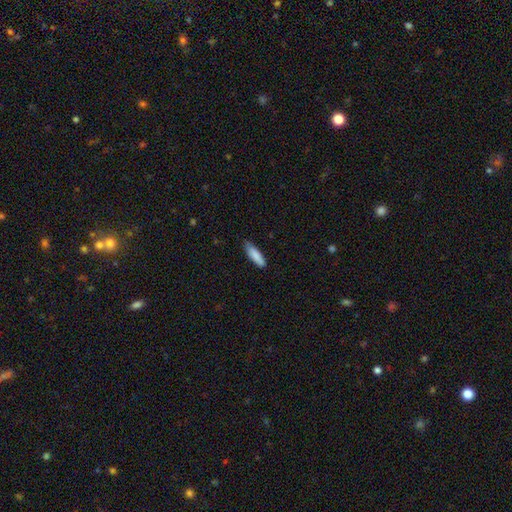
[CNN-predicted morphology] Q: Smooth or featured?
A: smooth (86%); runner-up: featured or disk (8%)
Q: How rounded?
A: cigar-shaped (62%); runner-up: in between (36%)
Q: Merging?
A: none (77%); runner-up: minor disturbance (19%)